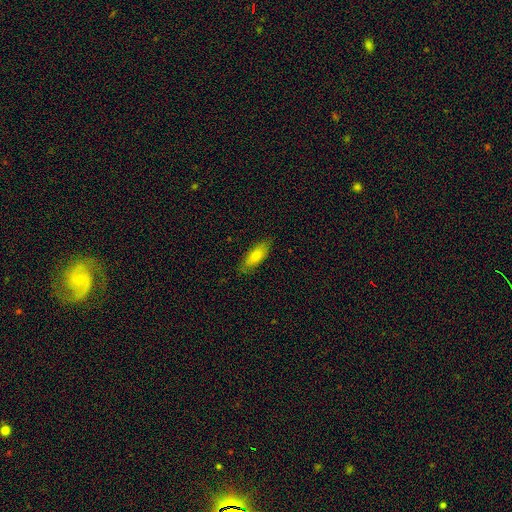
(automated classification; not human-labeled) This appears to be a smooth galaxy with no disk features (76%) that is in between round and cigar-shaped (66%). Merging: none (84%).